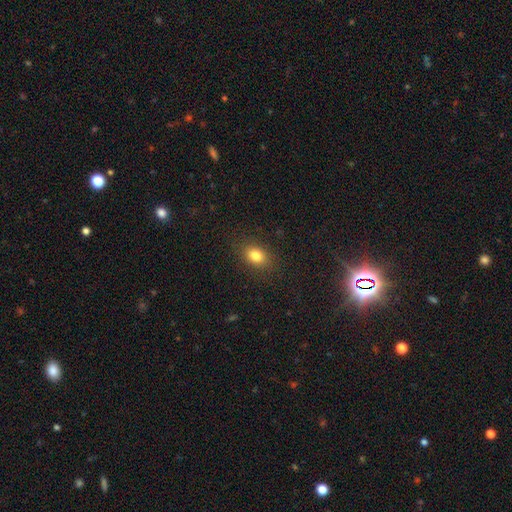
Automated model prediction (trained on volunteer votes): The model was most divided on "how rounded": in between: 68%, round: 30%, cigar-shaped: 1%. More confident: merging — none (86%); smooth or featured — smooth (82%).